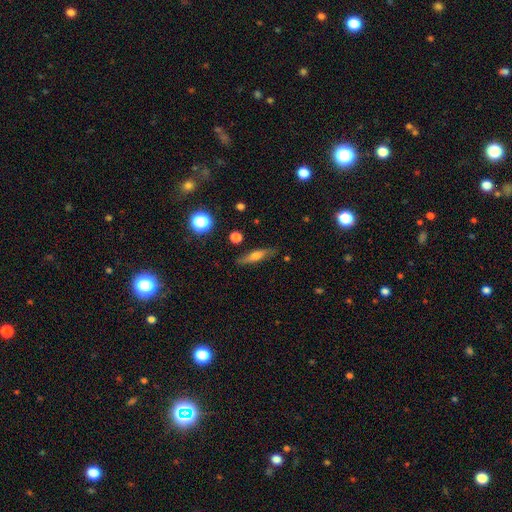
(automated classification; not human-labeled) A featured or disk galaxy (47%). Merging: none (84%).